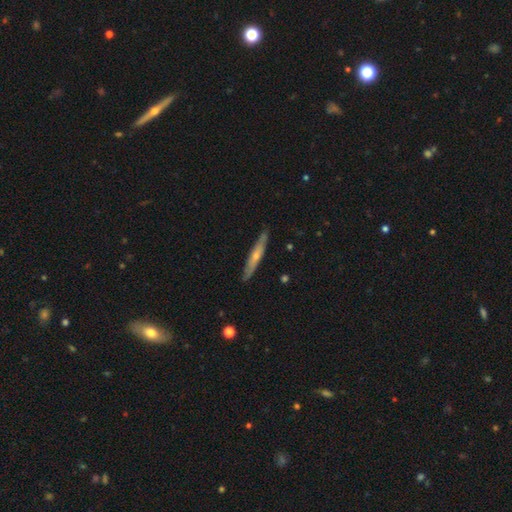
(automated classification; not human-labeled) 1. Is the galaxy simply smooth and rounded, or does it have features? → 58% featured or disk, 37% smooth, 6% star or artifact.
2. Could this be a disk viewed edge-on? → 90% yes, 10% no.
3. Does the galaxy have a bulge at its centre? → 65% rounded, 31% none, 3% boxy.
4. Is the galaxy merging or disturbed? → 87% none, 10% minor disturbance, 2% major disturbance, 1% merger.